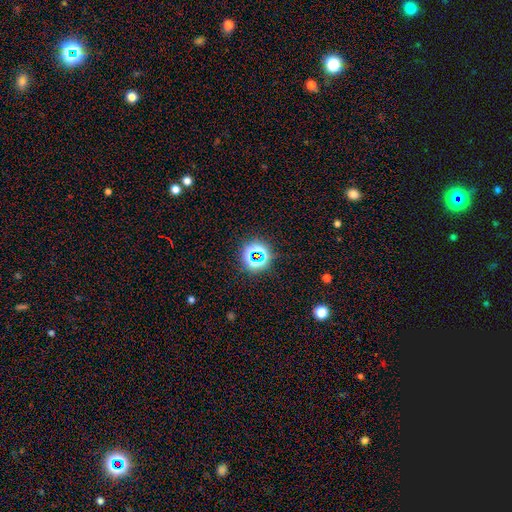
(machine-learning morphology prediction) Smooth or featured? star or artifact (66%)